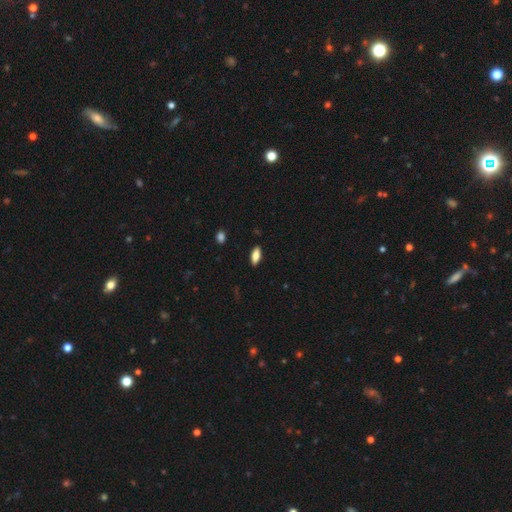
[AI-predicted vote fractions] smooth 78%, featured or disk 15%, star or artifact 7%. Down the decision tree: how rounded — in between (77%); merging — none (88%).